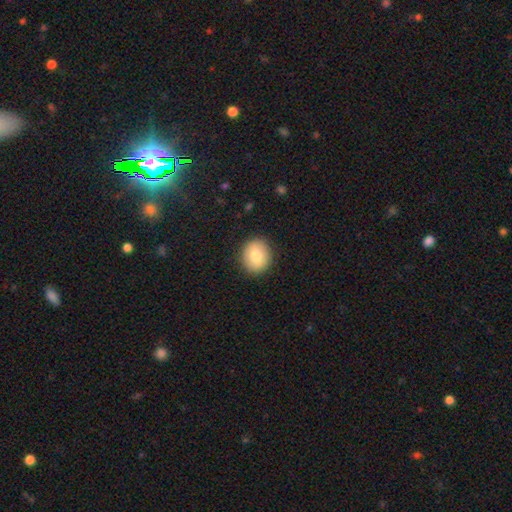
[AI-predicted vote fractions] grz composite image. It shows a smooth galaxy with no disk features (78%) that is round (71%). Merging: none (89%).